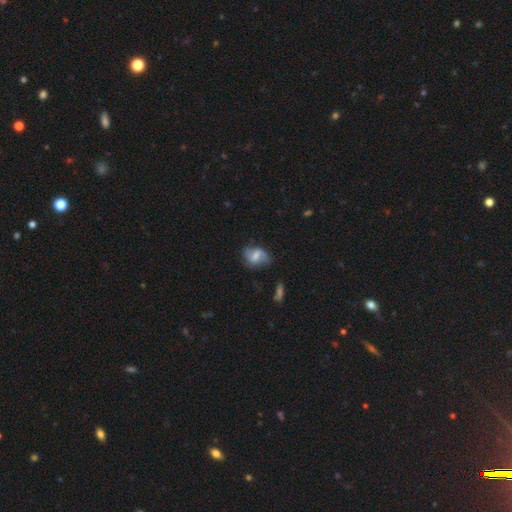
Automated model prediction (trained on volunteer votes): Smooth or featured: featured or disk — 57% (smooth — 35%)
Edge-on disk: no — 96% (yes — 4%)
Bar: weak — 51% (no — 30%)
Spiral arms: yes — 84% (no — 16%)
Bulge size: moderate — 38% (small — 31%)
Merging: none — 60% (minor disturbance — 26%)